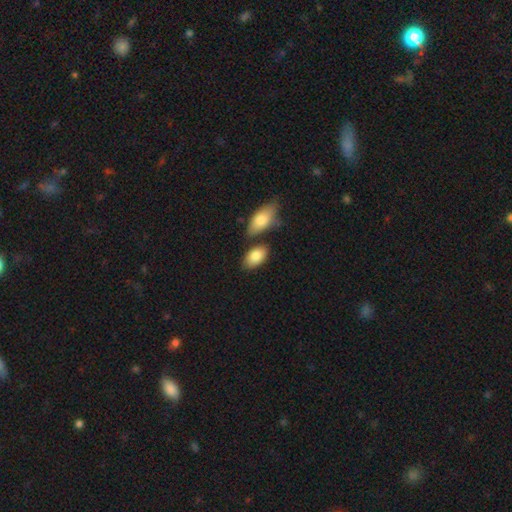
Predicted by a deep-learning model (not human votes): Smooth or featured?
  - smooth: 84% *
  - featured or disk: 10%
  - star or artifact: 6%
How rounded?
  - in between: 93% *
  - round: 5%
  - cigar-shaped: 2%
Merging?
  - none: 69% *
  - merger: 16%
  - minor disturbance: 12%
  - major disturbance: 3%